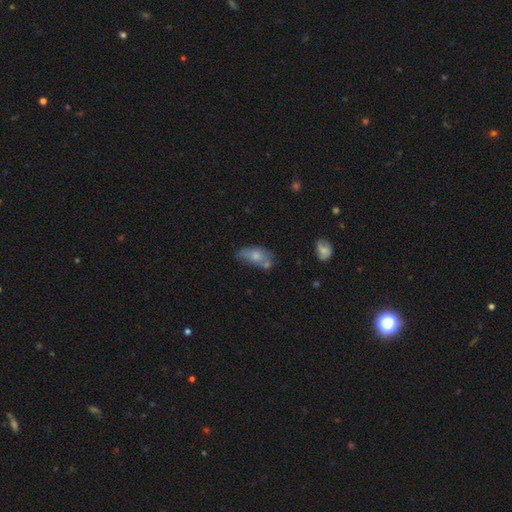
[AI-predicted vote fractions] smooth 65%, featured or disk 27%, star or artifact 8%. Down the decision tree: how rounded — in between (85%); merging — none (38%).